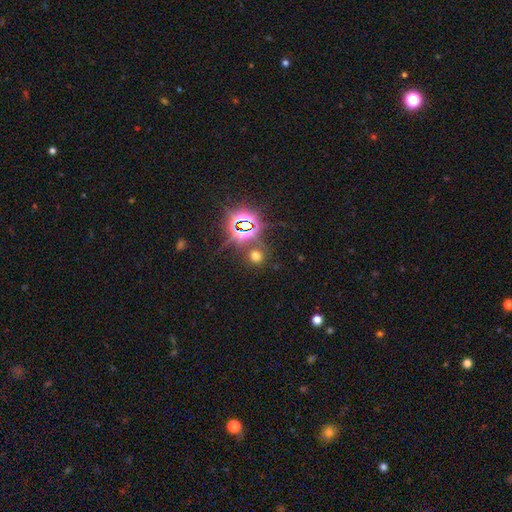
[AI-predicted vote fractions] This is possibly a smooth galaxy (52%). How rounded: clearly round (82%). Merging: likely none (80%).